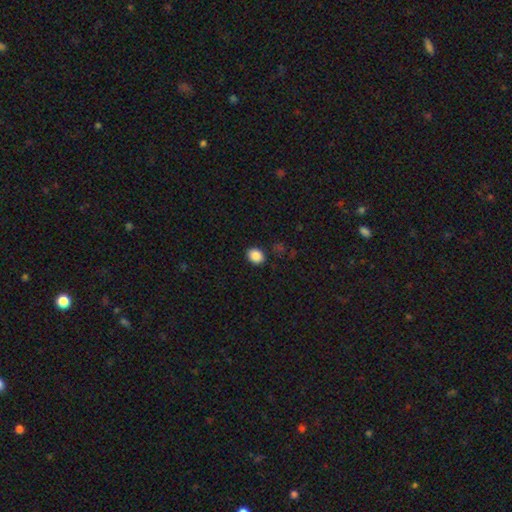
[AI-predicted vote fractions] This is clearly a smooth galaxy (88%). How rounded: possibly round (53%). Merging: clearly none (89%).